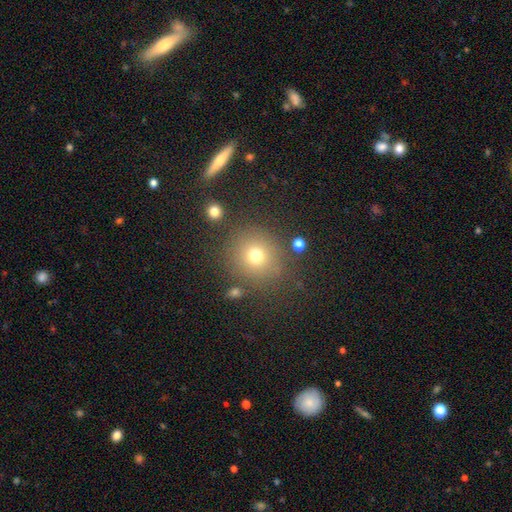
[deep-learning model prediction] Q: Smooth or featured?
A: smooth (73%); runner-up: star or artifact (17%)
Q: How rounded?
A: round (88%); runner-up: in between (11%)
Q: Merging?
A: none (82%); runner-up: minor disturbance (10%)